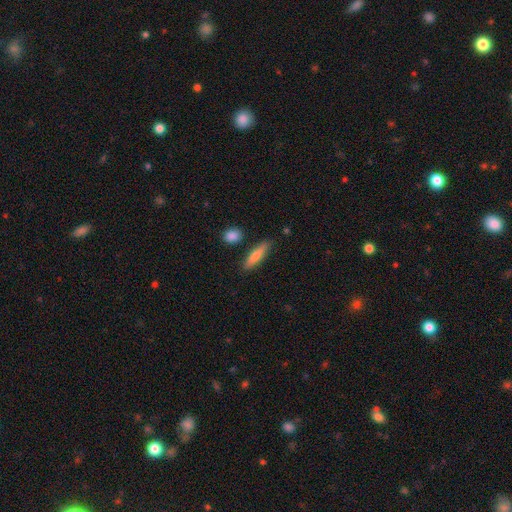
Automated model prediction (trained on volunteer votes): smooth 75%, featured or disk 19%, star or artifact 6%. Down the decision tree: how rounded — cigar-shaped (73%); merging — none (84%).